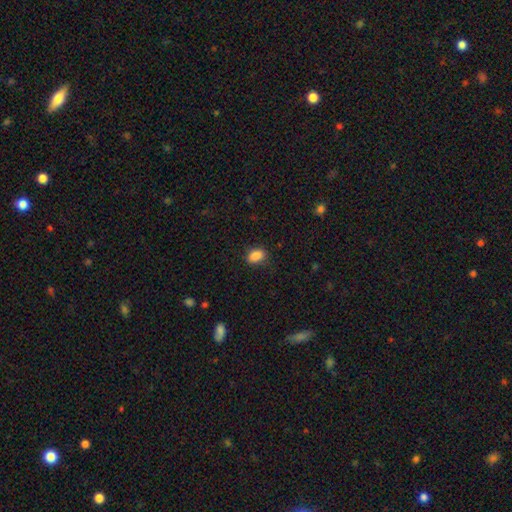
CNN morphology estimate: A smooth galaxy with no disk features (87%) that is in between round and cigar-shaped (82%).

Vote fractions:
- Smooth or featured? smooth: 87% / star or artifact: 9% / featured or disk: 4%
- How rounded? in between: 82% / round: 17% / cigar-shaped: 2%
- Merging? none: 84% / minor disturbance: 12% / major disturbance: 3% / merger: 1%